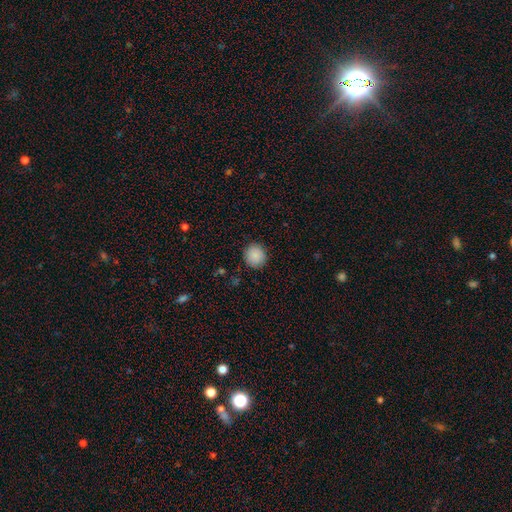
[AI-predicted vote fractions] Q: Smooth or featured?
A: smooth (88%); runner-up: star or artifact (8%)
Q: How rounded?
A: round (90%); runner-up: in between (9%)
Q: Merging?
A: none (91%); runner-up: minor disturbance (6%)